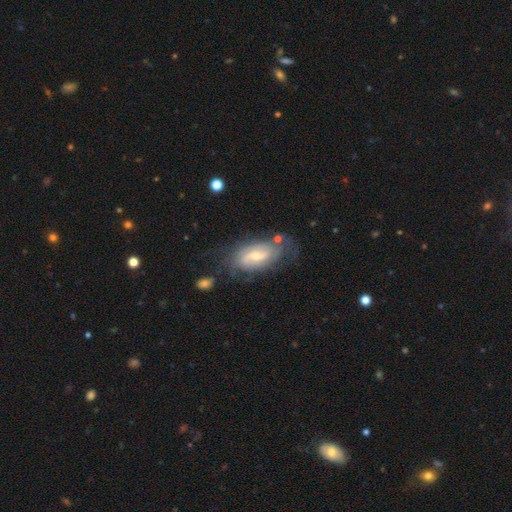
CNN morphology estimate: Smooth or featured?
  - featured or disk: 70% *
  - smooth: 22%
  - star or artifact: 8%
Edge-on disk?
  - no: 92% *
  - yes: 8%
Bar?
  - weak: 50% *
  - no: 32%
  - strong: 18%
Spiral arms?
  - yes: 80% *
  - no: 20%
Spiral winding?
  - tight: 43% *
  - medium: 36%
  - loose: 21%
Spiral arm count?
  - 2: 48% *
  - can't tell: 38%
  - 3: 5%
  - 1: 5%
  - 4: 2%
  - more than 4: 2%
Bulge size?
  - small: 48% *
  - moderate: 46%
  - large: 3%
  - none: 2%
  - dominant: 1%
Merging?
  - none: 62% *
  - minor disturbance: 22%
  - major disturbance: 11%
  - merger: 5%